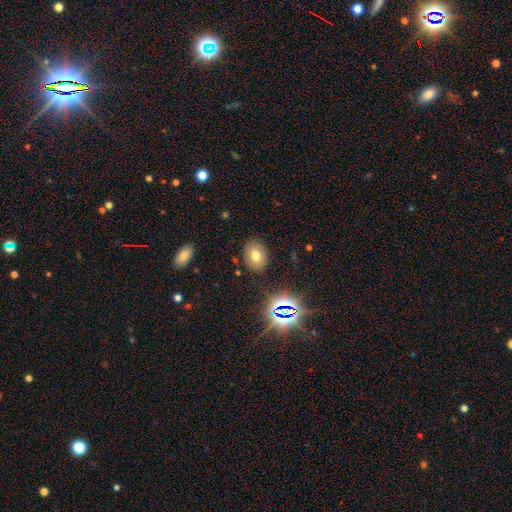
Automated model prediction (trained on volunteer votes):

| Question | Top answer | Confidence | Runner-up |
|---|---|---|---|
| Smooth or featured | smooth | 69% | star or artifact (18%) |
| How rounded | in between | 67% | round (32%) |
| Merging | none | 85% | minor disturbance (10%) |